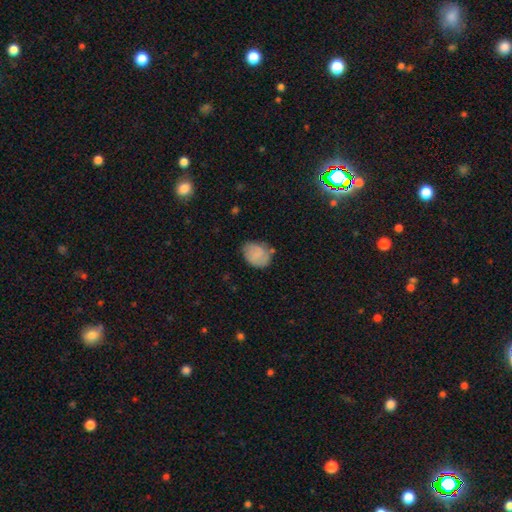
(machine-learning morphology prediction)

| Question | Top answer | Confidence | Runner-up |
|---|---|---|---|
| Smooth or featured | smooth | 79% | featured or disk (13%) |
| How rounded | in between | 66% | round (33%) |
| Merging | none | 64% | minor disturbance (26%) |